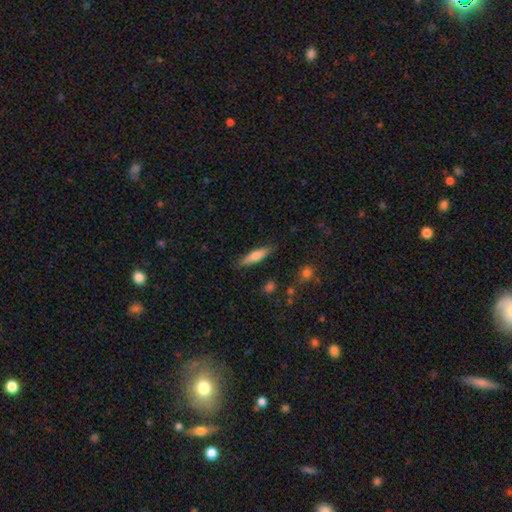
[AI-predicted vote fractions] smooth_or_featured: smooth (p=0.72) [alt: featured or disk p=0.22]
how_rounded: cigar-shaped (p=0.75) [alt: in between p=0.24]
merging: none (p=0.86) [alt: minor disturbance p=0.10]